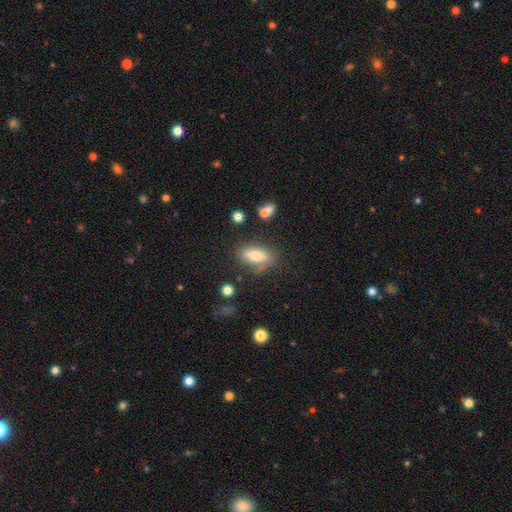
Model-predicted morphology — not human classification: smooth 66%, featured or disk 24%, star or artifact 9%. Down the decision tree: how rounded — in between (64%); merging — none (69%).